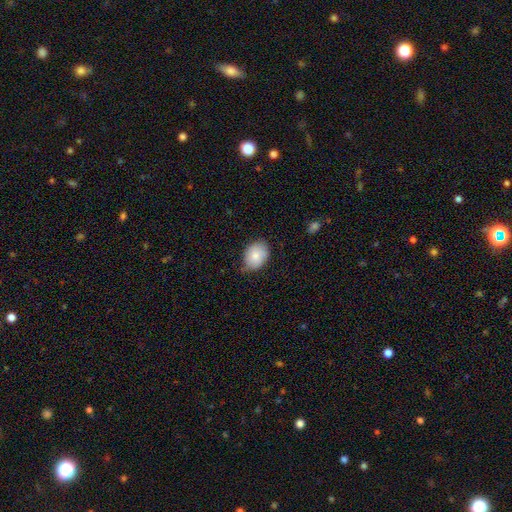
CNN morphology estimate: A smooth galaxy with no disk features (82%) that is in between round and cigar-shaped (62%). Merging: none (64%).